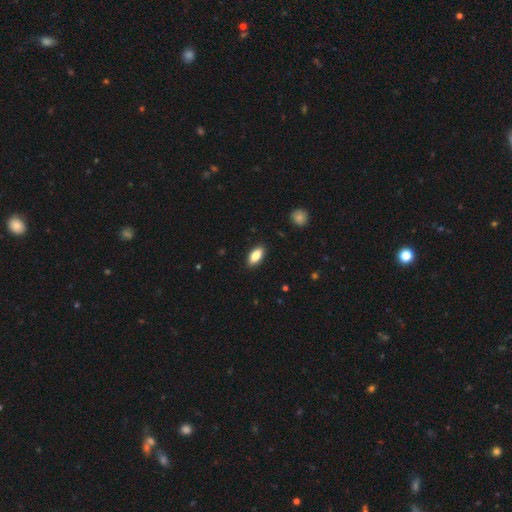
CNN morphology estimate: Overall: smooth (81%). How rounded: in between (86%). Merging: none (89%).